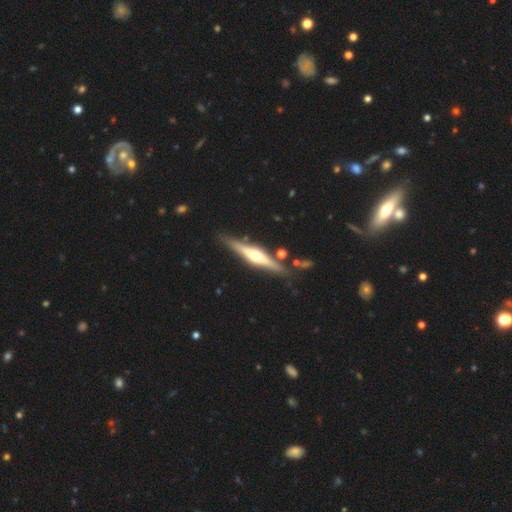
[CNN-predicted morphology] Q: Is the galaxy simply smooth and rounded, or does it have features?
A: featured or disk — 77%.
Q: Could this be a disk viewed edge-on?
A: yes — 97%.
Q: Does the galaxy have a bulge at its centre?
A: rounded — 90%.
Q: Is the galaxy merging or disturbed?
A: none — 84%.